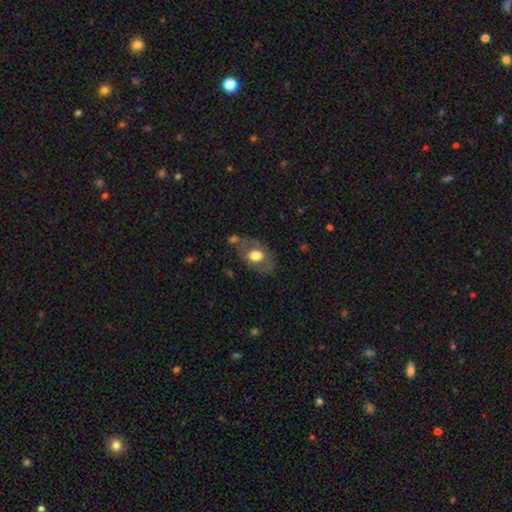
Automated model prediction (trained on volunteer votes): The model was most divided on "smooth or featured": smooth: 58%, featured or disk: 34%, star or artifact: 7%. More confident: how rounded — in between (79%); merging — none (60%).